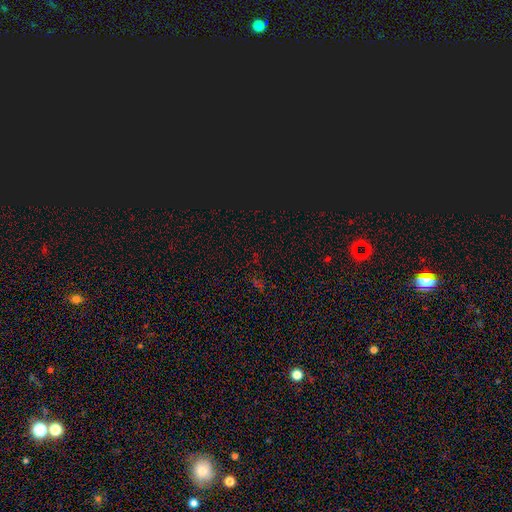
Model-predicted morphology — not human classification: Smooth or featured? Predicted: star or artifact (p=0.72).